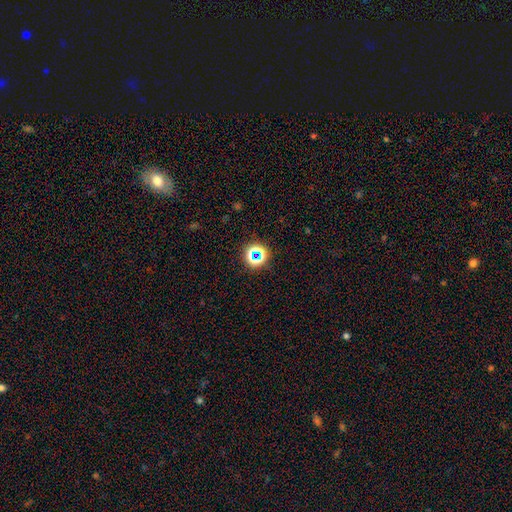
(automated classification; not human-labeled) star or artifact 59%, smooth 31%, featured or disk 10%.